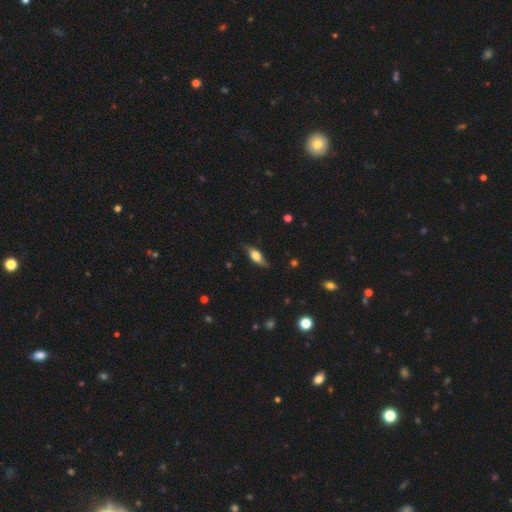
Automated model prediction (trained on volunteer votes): Smooth or featured?
  - smooth: 54% *
  - featured or disk: 39%
  - star or artifact: 7%
How rounded?
  - in between: 64% *
  - cigar-shaped: 32%
  - round: 4%
Merging?
  - none: 75% *
  - minor disturbance: 19%
  - major disturbance: 4%
  - merger: 1%